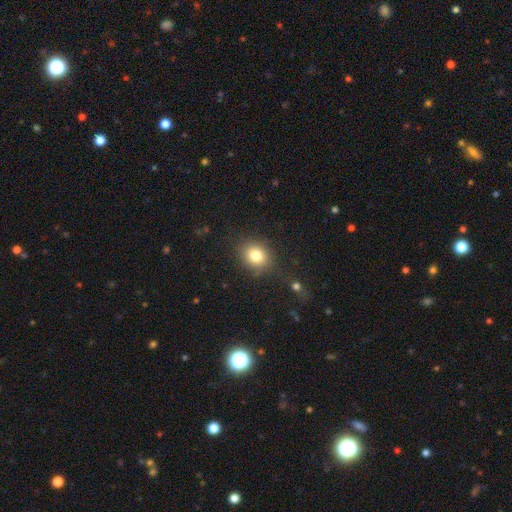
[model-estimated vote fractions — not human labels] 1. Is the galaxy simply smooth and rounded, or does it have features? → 80% smooth, 12% star or artifact, 8% featured or disk.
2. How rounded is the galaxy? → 66% round, 33% in between, 1% cigar-shaped.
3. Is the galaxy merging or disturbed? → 80% none, 12% minor disturbance, 5% major disturbance, 3% merger.